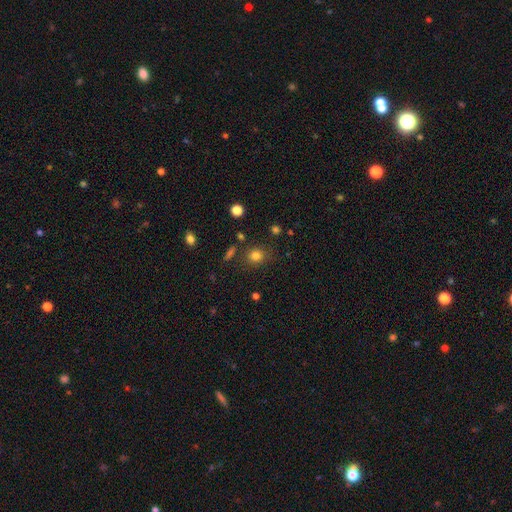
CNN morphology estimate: A smooth galaxy with no disk features (80%) that is round (75%).

Vote fractions:
- Smooth or featured? smooth: 80% / star or artifact: 14% / featured or disk: 6%
- How rounded? round: 75% / in between: 24% / cigar-shaped: 1%
- Merging? none: 79% / minor disturbance: 12% / major disturbance: 4% / merger: 4%